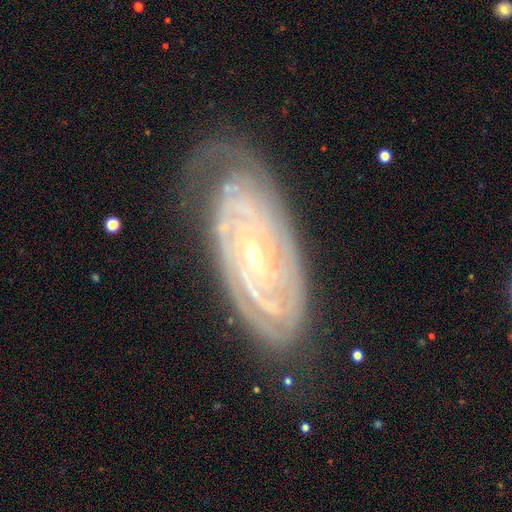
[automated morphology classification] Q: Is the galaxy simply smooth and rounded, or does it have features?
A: featured or disk — 88%.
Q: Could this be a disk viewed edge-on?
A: no — 93%.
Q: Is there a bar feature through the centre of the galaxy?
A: no — 56%.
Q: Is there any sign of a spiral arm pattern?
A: yes — 97%.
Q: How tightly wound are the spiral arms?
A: tight — 82%.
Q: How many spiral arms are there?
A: can't tell — 30%.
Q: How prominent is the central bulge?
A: small — 65%.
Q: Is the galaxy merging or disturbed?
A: none — 72%.